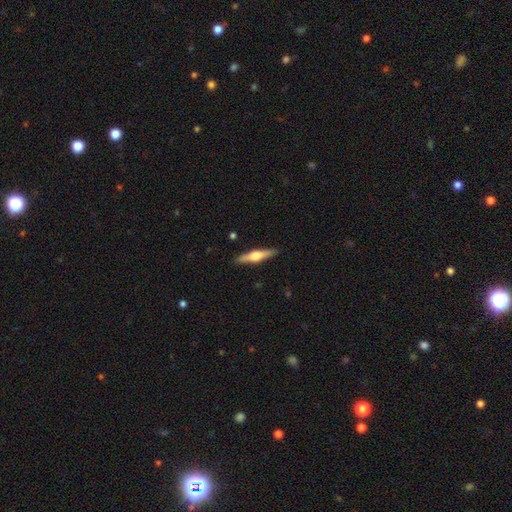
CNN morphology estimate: Overall: featured or disk (61%; smooth 33%). Edge-on disk: yes (97%). Edge-on bulge: rounded (92%). Merging: none (91%).